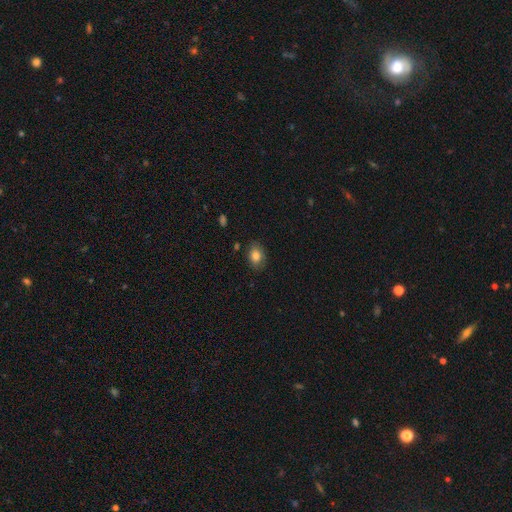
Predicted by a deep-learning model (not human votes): smooth-or-featured: smooth: 83% | star or artifact: 9% | featured or disk: 8%
  how-rounded: in between: 74% | round: 25% | cigar-shaped: 1%
  merging: none: 83% | minor disturbance: 13% | major disturbance: 3% | merger: 2%